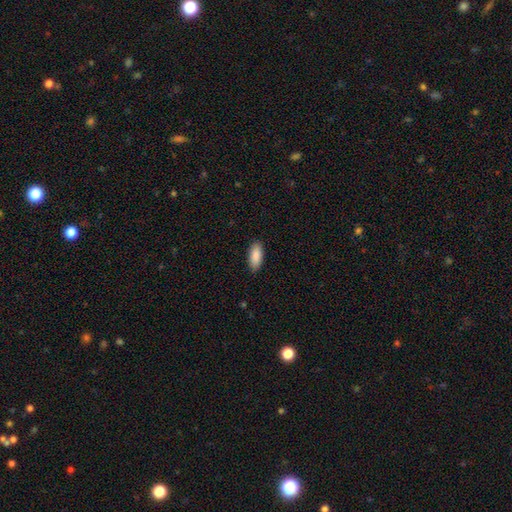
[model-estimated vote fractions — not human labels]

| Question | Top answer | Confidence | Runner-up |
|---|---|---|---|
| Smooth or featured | smooth | 90% | star or artifact (6%) |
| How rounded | in between | 84% | cigar-shaped (15%) |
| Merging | none | 89% | minor disturbance (9%) |